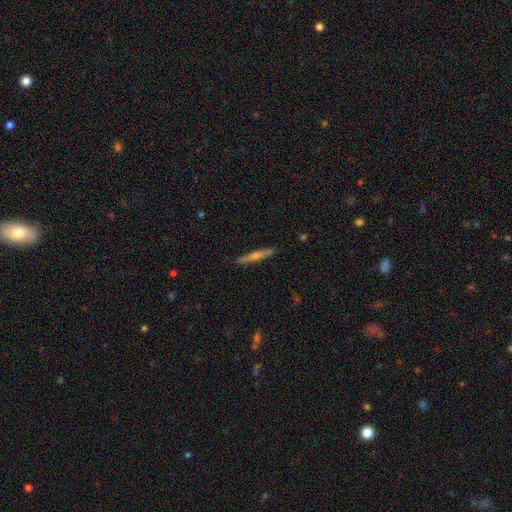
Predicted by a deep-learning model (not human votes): The model was most divided on "smooth or featured": featured or disk: 60%, smooth: 34%, star or artifact: 6%. More confident: edge-on disk — yes (97%); merging — none (91%); edge-on bulge — rounded (78%).